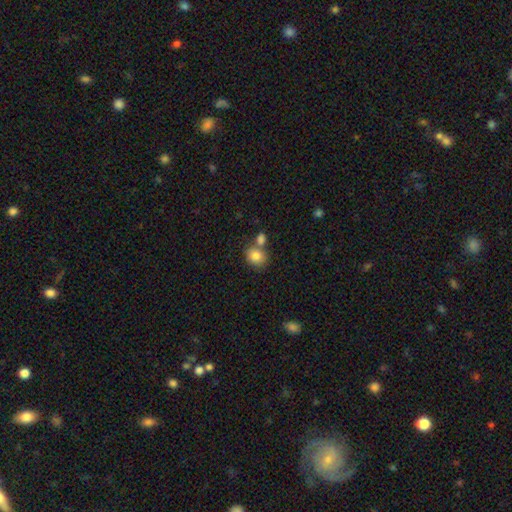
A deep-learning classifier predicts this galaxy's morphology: This is clearly a smooth galaxy (83%). How rounded: likely round (61%). Merging: possibly none (53%).